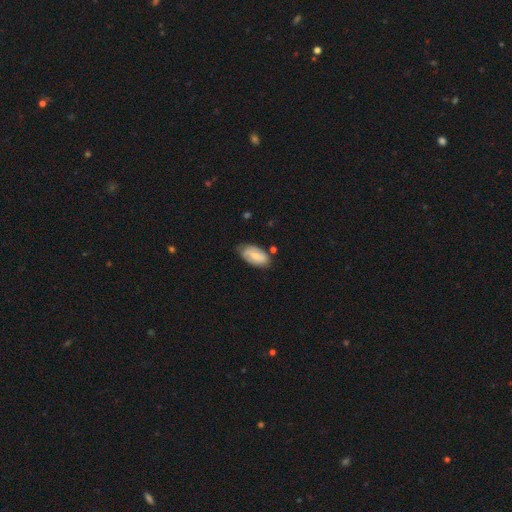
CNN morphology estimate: smooth 58%, featured or disk 35%, star or artifact 7%. Down the decision tree: how rounded — in between (94%); merging — none (66%).